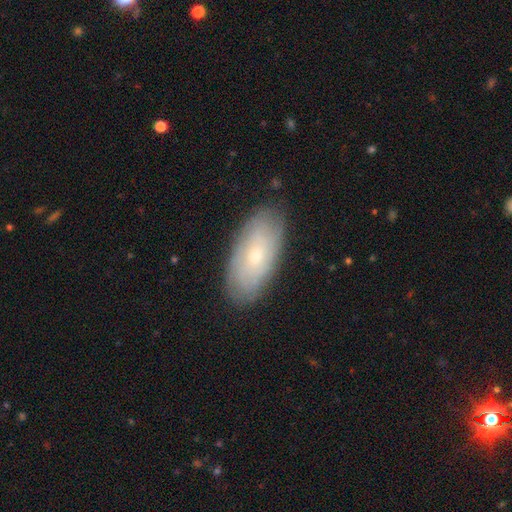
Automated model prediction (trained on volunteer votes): A smooth galaxy with no disk features (48%).

Vote fractions:
- Smooth or featured? smooth: 48% / featured or disk: 45% / star or artifact: 7%
- Merging? none: 82% / minor disturbance: 13% / major disturbance: 3% / merger: 1%